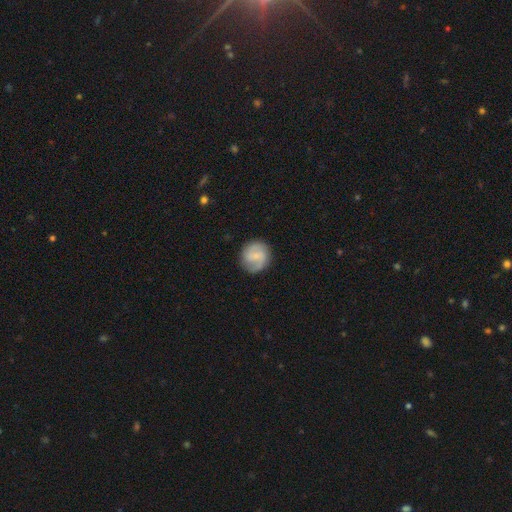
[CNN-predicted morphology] Smooth or featured?
  - featured or disk: 60% *
  - smooth: 34%
  - star or artifact: 6%
Edge-on disk?
  - no: 98% *
  - yes: 2%
Bar?
  - weak: 52% *
  - no: 37%
  - strong: 12%
Spiral arms?
  - yes: 91% *
  - no: 9%
Spiral winding?
  - medium: 48% *
  - loose: 27%
  - tight: 26%
Spiral arm count?
  - 2: 84% *
  - can't tell: 8%
  - 1: 3%
  - 3: 3%
  - 4: 1%
  - more than 4: 1%
Bulge size?
  - small: 59% *
  - moderate: 20%
  - none: 19%
  - large: 2%
  - dominant: 1%
Merging?
  - none: 84% *
  - minor disturbance: 11%
  - major disturbance: 4%
  - merger: 1%